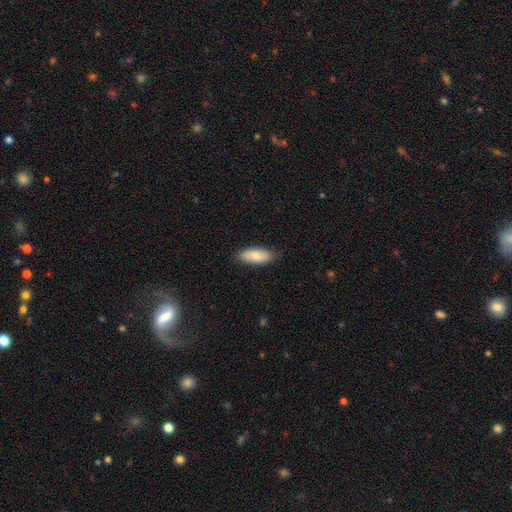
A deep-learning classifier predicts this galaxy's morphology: Overall: smooth (79%). How rounded: in between (82%). Merging: none (82%).